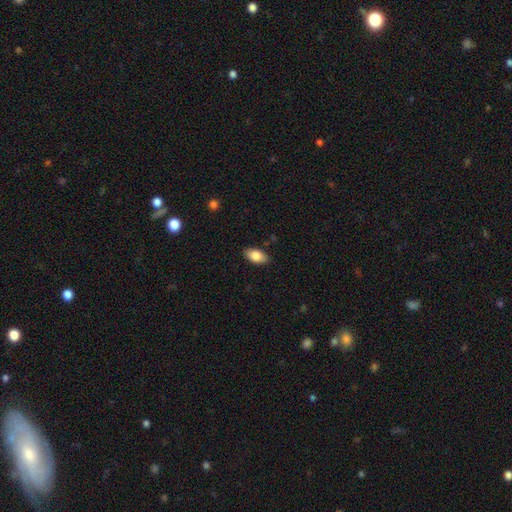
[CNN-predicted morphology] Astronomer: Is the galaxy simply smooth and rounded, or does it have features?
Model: smooth — 83%.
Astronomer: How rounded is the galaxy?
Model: in between — 93%.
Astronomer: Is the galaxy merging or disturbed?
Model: none — 87%.